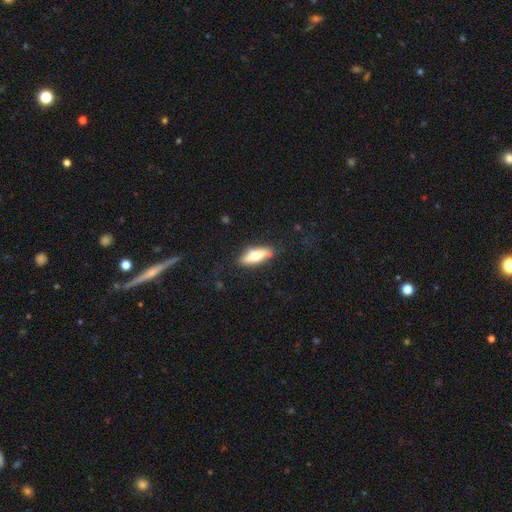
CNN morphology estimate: A smooth galaxy with no disk features (65%) that is in between round and cigar-shaped (61%). Merging: none (77%).